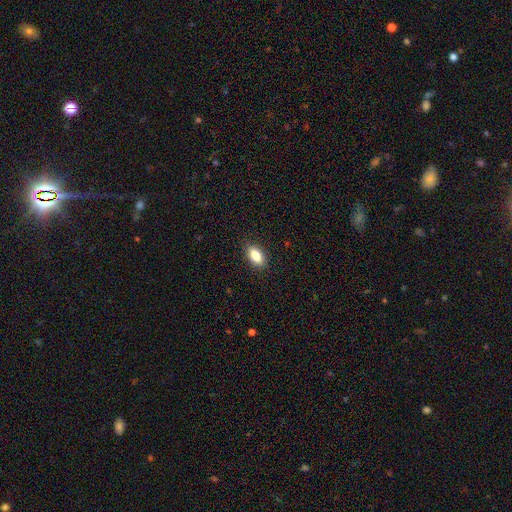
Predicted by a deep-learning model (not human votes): Morphology: type=smooth (82%); roundness=in between (89%); merging=none (89%).